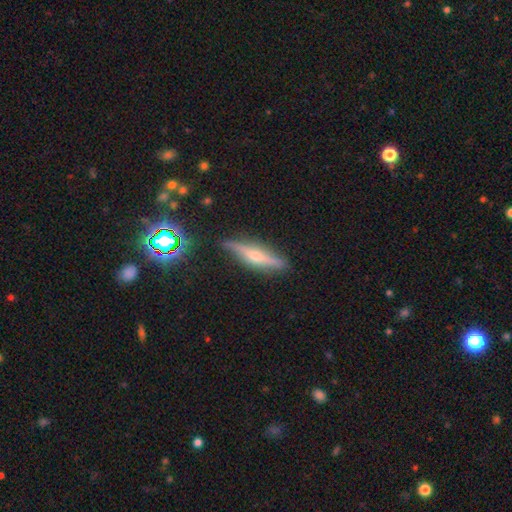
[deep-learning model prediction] smooth_or_featured: featured or disk (p=0.65) [alt: smooth p=0.25]
disk_edge_on: yes (p=0.94) [alt: no p=0.06]
edge_on_bulge: rounded (p=0.86) [alt: none p=0.07]
merging: none (p=0.82) [alt: minor disturbance p=0.13]